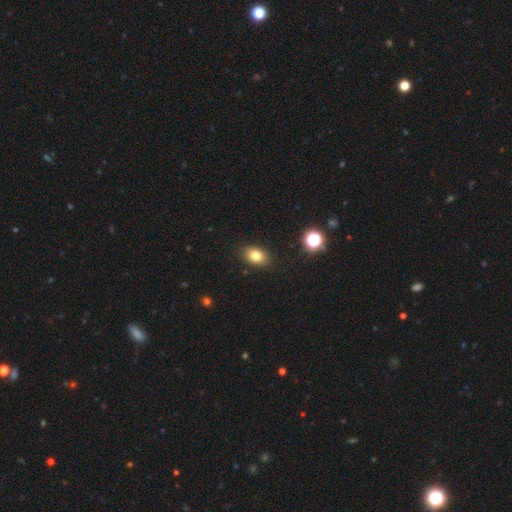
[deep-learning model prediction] This appears to be a smooth galaxy with no disk features (81%) that is in between round and cigar-shaped (74%). Merging: none (88%).